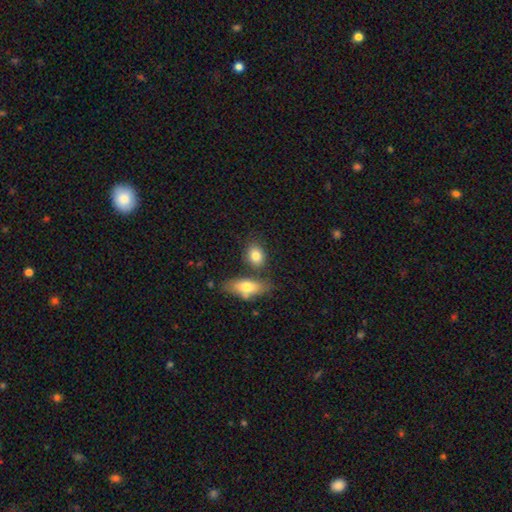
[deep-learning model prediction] A smooth galaxy with no disk features (82%) that is in between round and cigar-shaped (60%).

Vote fractions:
- Smooth or featured? smooth: 82% / featured or disk: 10% / star or artifact: 8%
- How rounded? in between: 60% / round: 36% / cigar-shaped: 4%
- Merging? none: 65% / merger: 20% / minor disturbance: 12% / major disturbance: 4%